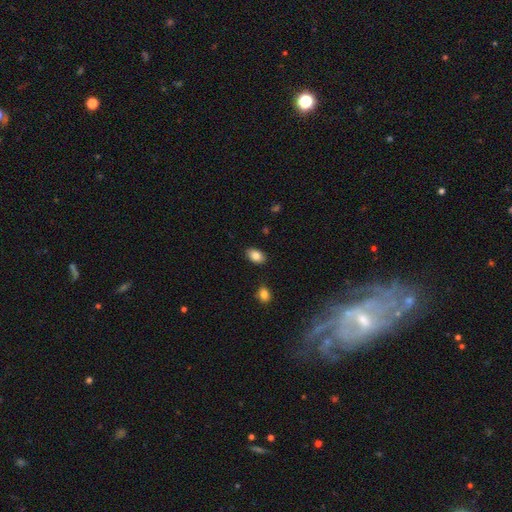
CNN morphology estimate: This is clearly a smooth galaxy (86%). How rounded: clearly in between (87%). Merging: clearly none (86%).